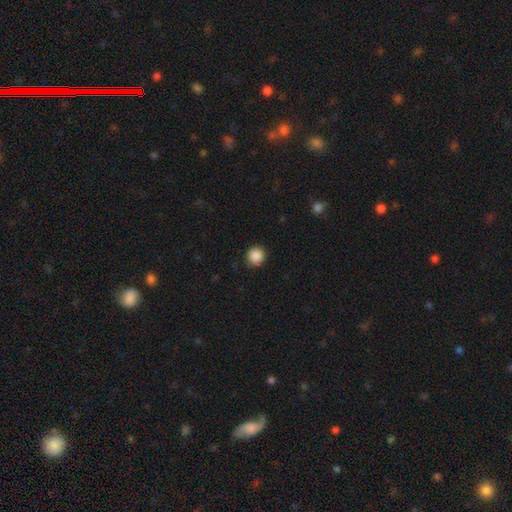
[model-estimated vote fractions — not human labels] smooth-or-featured: smooth: 88% | star or artifact: 9% | featured or disk: 3%
  how-rounded: round: 94% | in between: 5% | cigar-shaped: 1%
  merging: none: 88% | minor disturbance: 9% | major disturbance: 2% | merger: 1%